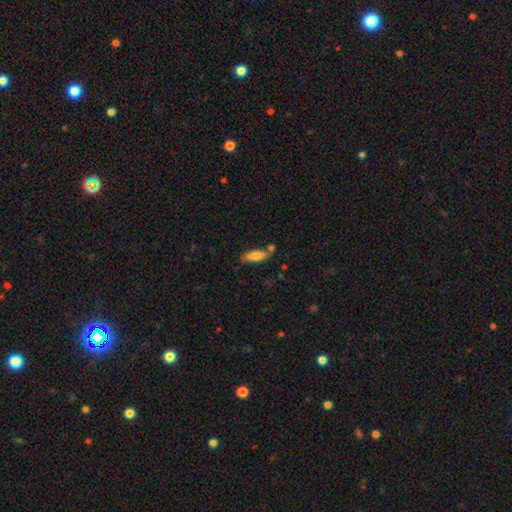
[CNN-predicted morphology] smooth_or_featured: smooth (p=0.73) [alt: featured or disk p=0.20]
how_rounded: in between (p=0.63) [alt: cigar-shaped p=0.35]
merging: none (p=0.67) [alt: minor disturbance p=0.17]